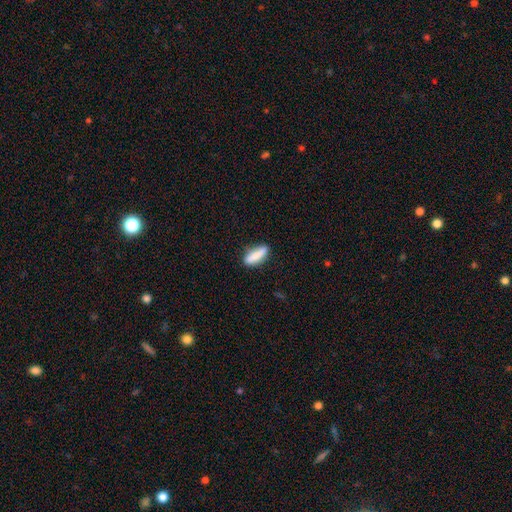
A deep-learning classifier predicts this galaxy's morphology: Smooth or featured? Predicted: smooth (p=0.80). How rounded? Predicted: cigar-shaped (p=0.56). Merging? Predicted: none (p=0.81).